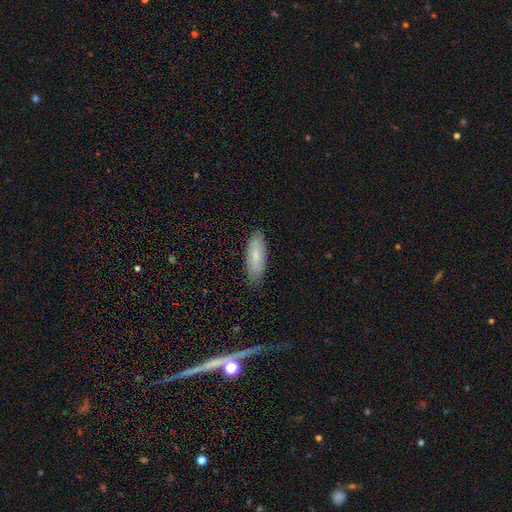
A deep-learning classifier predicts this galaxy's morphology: smooth-or-featured: smooth: 76% | featured or disk: 18% | star or artifact: 6%
  how-rounded: in between: 61% | cigar-shaped: 38% | round: 2%
  merging: none: 83% | minor disturbance: 13% | major disturbance: 3% | merger: 1%